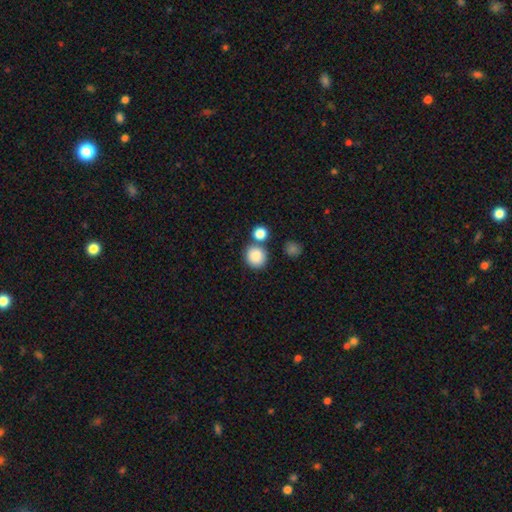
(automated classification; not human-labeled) This appears to be a smooth galaxy with no disk features (85%) that is round (87%). Merging: none (71%).